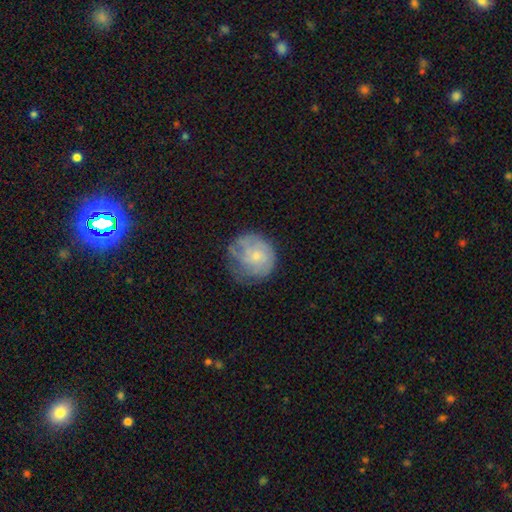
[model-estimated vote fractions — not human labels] A featured or disk galaxy (51%). Merging: none (50%).